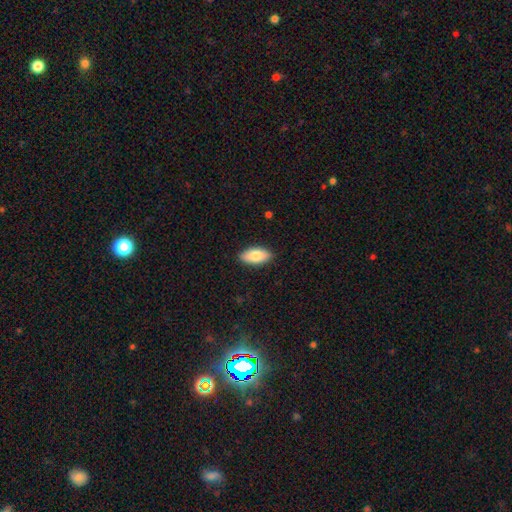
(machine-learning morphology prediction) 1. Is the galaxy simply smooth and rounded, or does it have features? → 83% smooth, 11% featured or disk, 6% star or artifact.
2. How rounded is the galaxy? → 91% in between, 6% cigar-shaped, 2% round.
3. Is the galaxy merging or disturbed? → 89% none, 9% minor disturbance, 2% major disturbance, 1% merger.